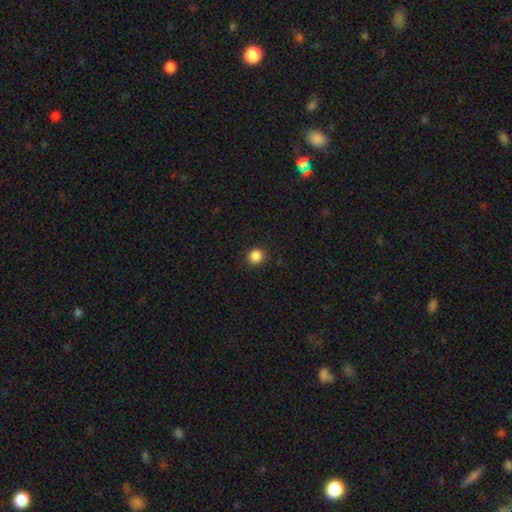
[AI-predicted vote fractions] A smooth galaxy with no disk features (86%) that is round (92%). Merging: none (91%).